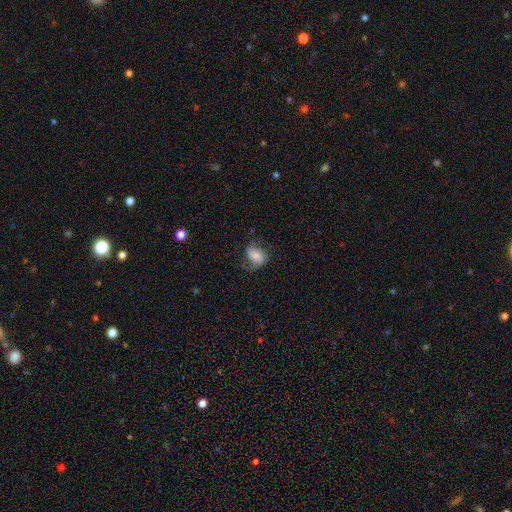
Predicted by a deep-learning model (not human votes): Smooth or featured: smooth — 49% (featured or disk — 42%)
Merging: none — 51% (minor disturbance — 26%)